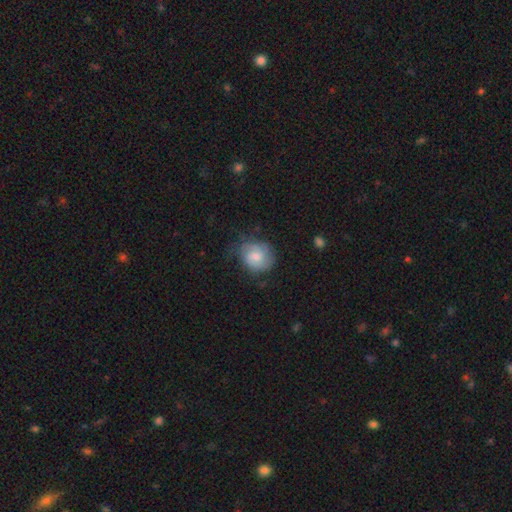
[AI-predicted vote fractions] Q: Smooth or featured?
A: smooth (53%); runner-up: featured or disk (39%)
Q: How rounded?
A: round (67%); runner-up: in between (32%)
Q: Merging?
A: none (60%); runner-up: minor disturbance (28%)